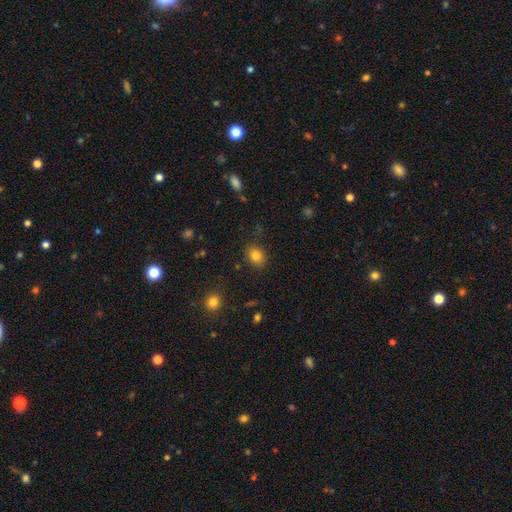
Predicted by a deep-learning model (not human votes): The model was most divided on "how rounded": in between: 56%, round: 43%, cigar-shaped: 1%. More confident: merging — none (86%); smooth or featured — smooth (82%).